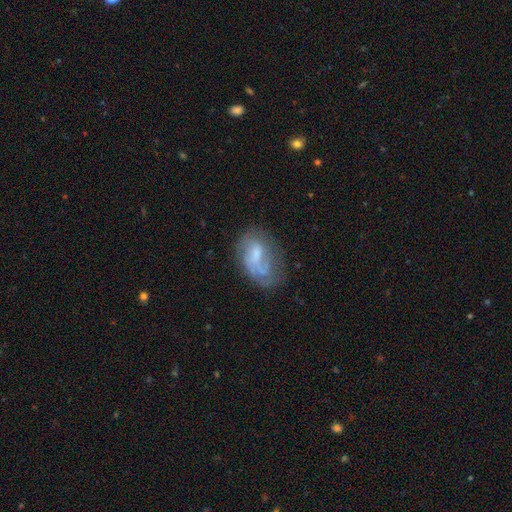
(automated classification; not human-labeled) Overall: featured or disk (52%; smooth 39%). Edge-on disk: no (96%). Merging: none (47%; minor disturbance 28%).